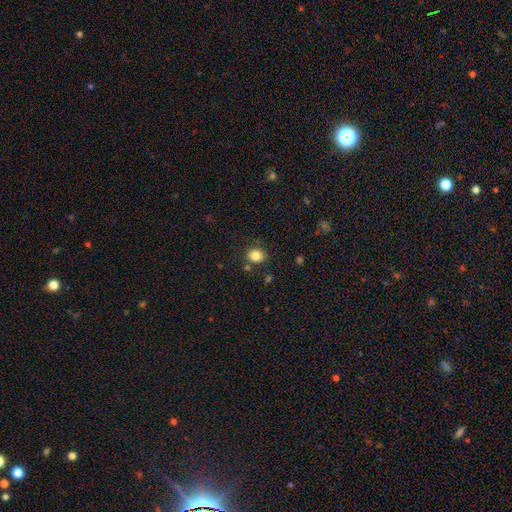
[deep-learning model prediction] smooth-or-featured: smooth: 83% | star or artifact: 11% | featured or disk: 6%
  how-rounded: round: 64% | in between: 35% | cigar-shaped: 1%
  merging: none: 82% | minor disturbance: 10% | merger: 5% | major disturbance: 3%